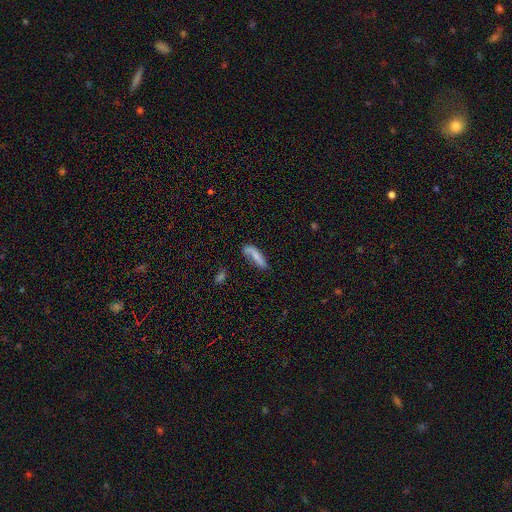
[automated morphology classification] Smooth or featured? smooth (66%)
How rounded? cigar-shaped (61%)
Merging? none (48%)